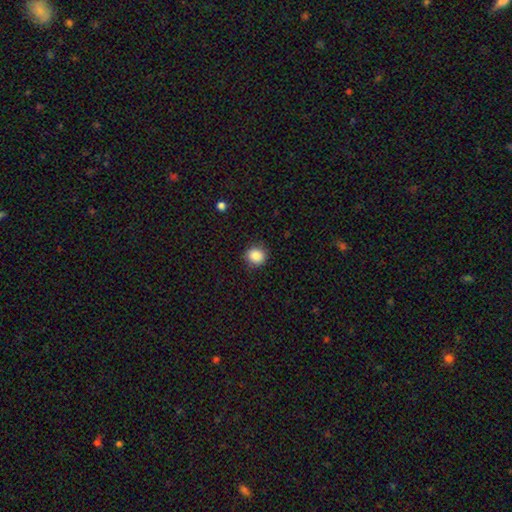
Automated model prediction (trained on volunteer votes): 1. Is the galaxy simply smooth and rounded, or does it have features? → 88% smooth, 9% star or artifact, 3% featured or disk.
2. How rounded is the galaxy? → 85% round, 14% in between, 1% cigar-shaped.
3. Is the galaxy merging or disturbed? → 87% none, 9% minor disturbance, 3% major disturbance, 1% merger.